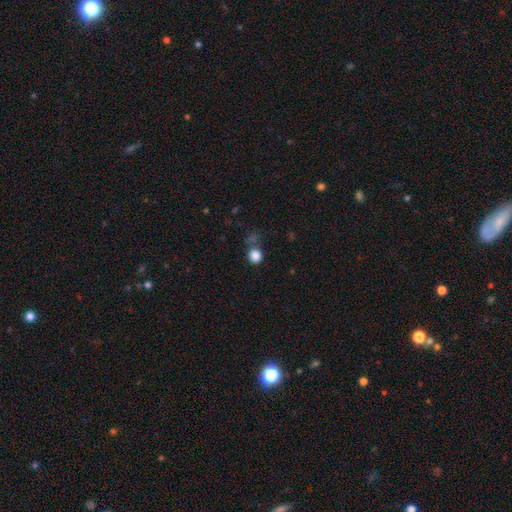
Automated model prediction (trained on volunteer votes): smooth-or-featured: smooth: 85% | star or artifact: 11% | featured or disk: 4%
  how-rounded: round: 81% | in between: 18% | cigar-shaped: 1%
  merging: none: 67% | minor disturbance: 14% | merger: 12% | major disturbance: 6%